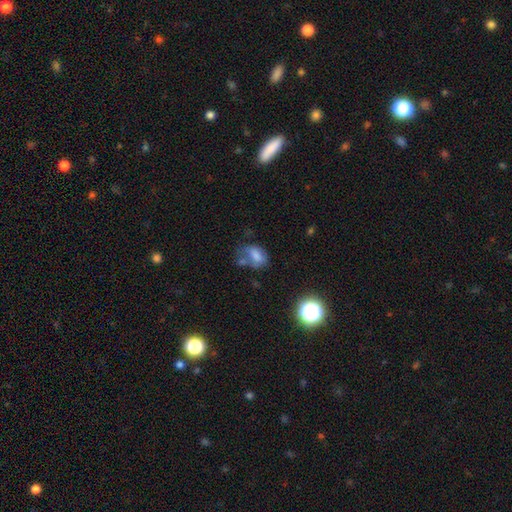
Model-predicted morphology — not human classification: A smooth galaxy with no disk features (70%) that is in between round and cigar-shaped (82%). Merging: none (39%).